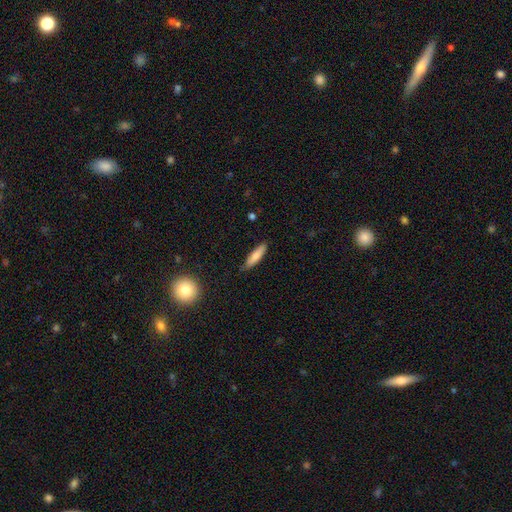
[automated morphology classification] type=smooth (78%); roundness=cigar-shaped (74%); merging=none (82%).